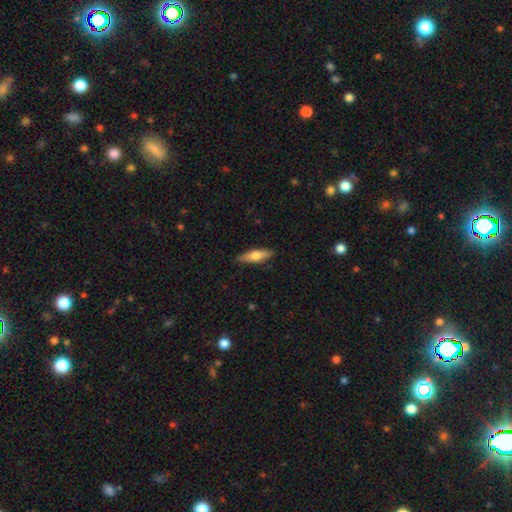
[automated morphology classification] Smooth or featured? Predicted: smooth (p=0.67). How rounded? Predicted: in between (p=0.49, tied with cigar-shaped). Merging? Predicted: none (p=0.87).